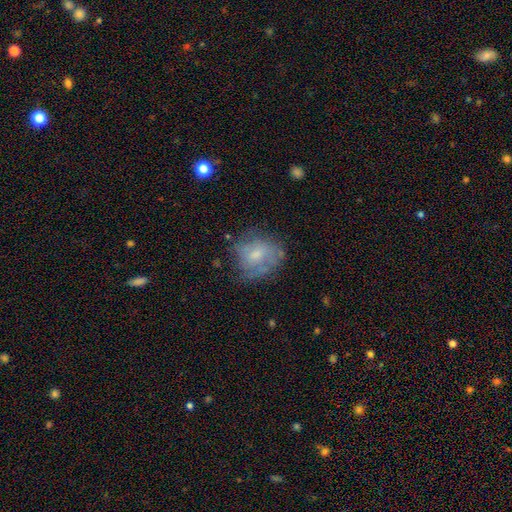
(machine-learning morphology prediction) Smooth or featured?
  - smooth: 47% *
  - featured or disk: 43%
  - star or artifact: 9%
Merging?
  - none: 56% *
  - minor disturbance: 27%
  - major disturbance: 15%
  - merger: 2%